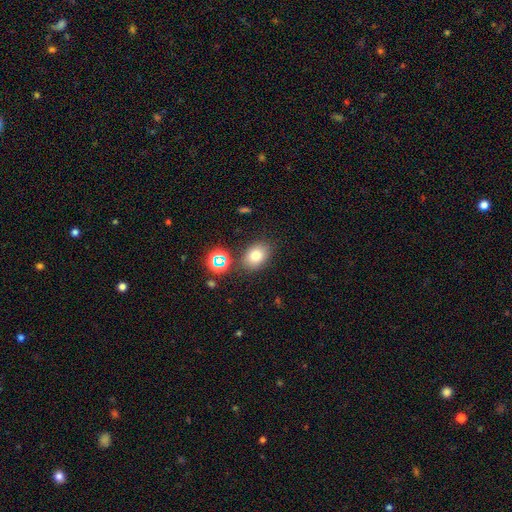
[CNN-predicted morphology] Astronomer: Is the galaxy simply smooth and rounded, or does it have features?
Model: smooth — 76%.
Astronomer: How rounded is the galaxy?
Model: in between — 68%.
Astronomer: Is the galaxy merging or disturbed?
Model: none — 80%.